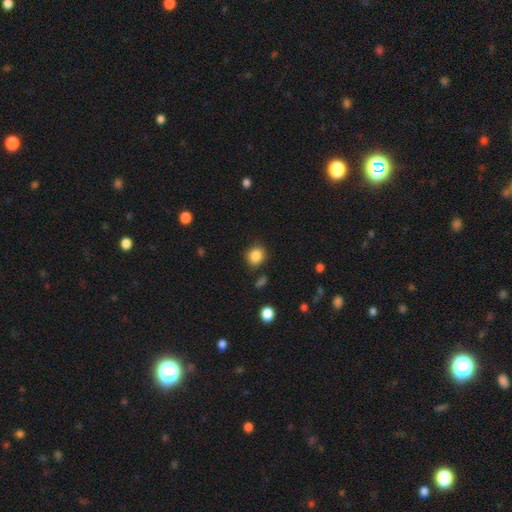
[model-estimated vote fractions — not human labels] Overall: smooth (86%). How rounded: round (77%). Merging: none (82%).